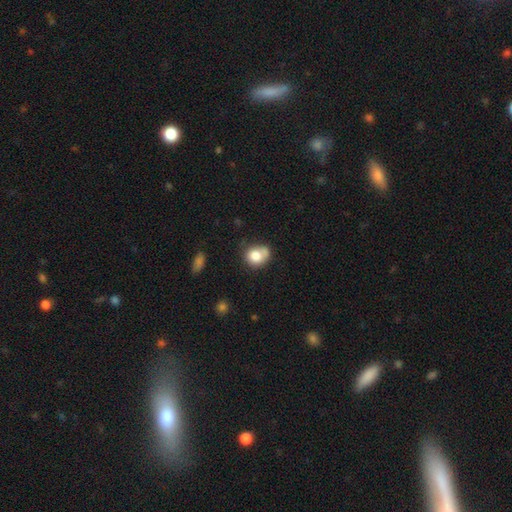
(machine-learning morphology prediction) A smooth galaxy with no disk features (79%) that is round (62%). Merging: none (45%).